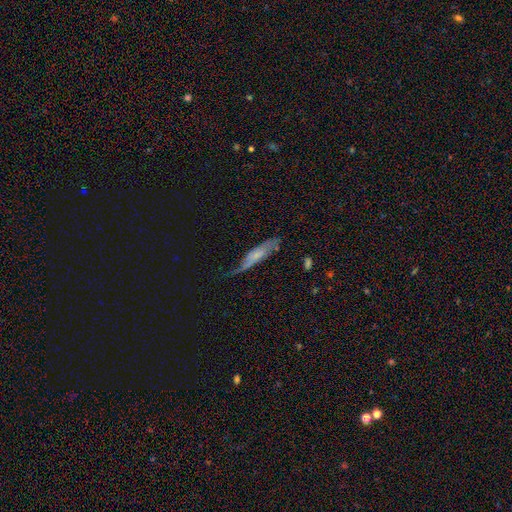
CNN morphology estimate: type=smooth (47%); merging=none (43%).